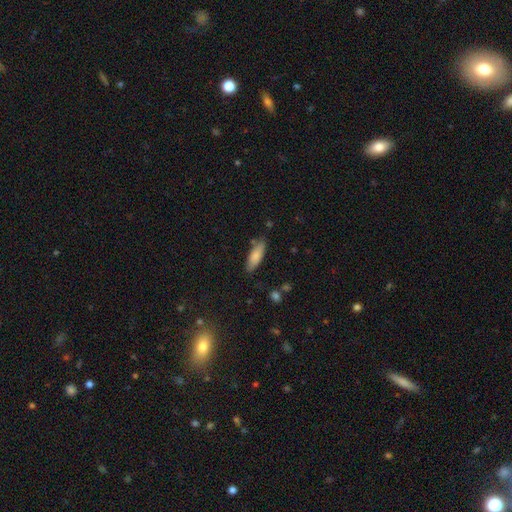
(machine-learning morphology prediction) Q: Smooth or featured?
A: smooth (82%); runner-up: featured or disk (12%)
Q: How rounded?
A: in between (59%); runner-up: cigar-shaped (40%)
Q: Merging?
A: none (78%); runner-up: minor disturbance (15%)